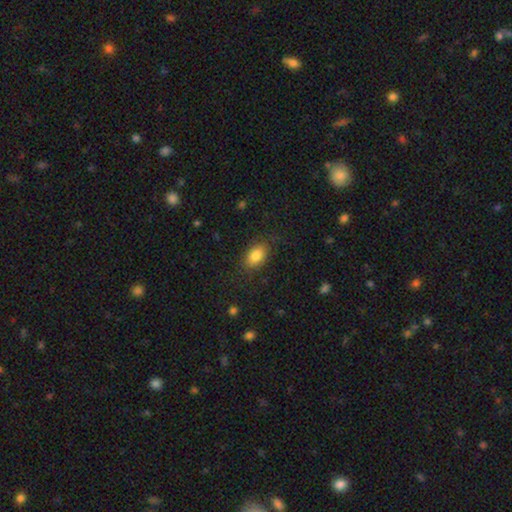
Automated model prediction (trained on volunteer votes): Q: Smooth or featured?
A: smooth (84%); runner-up: star or artifact (8%)
Q: How rounded?
A: in between (86%); runner-up: round (12%)
Q: Merging?
A: none (81%); runner-up: minor disturbance (13%)